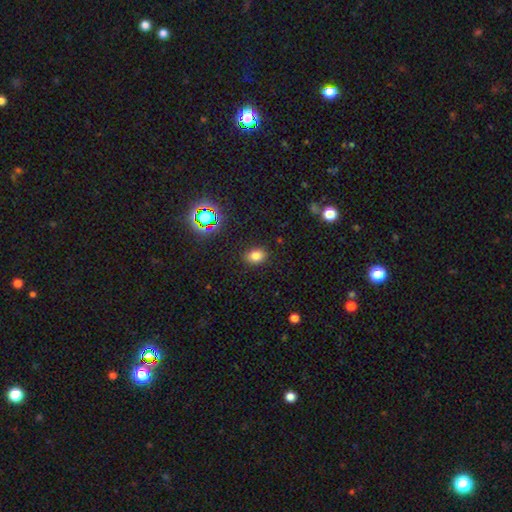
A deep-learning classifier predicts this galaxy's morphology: smooth-or-featured: smooth: 77% | star or artifact: 16% | featured or disk: 7%
  how-rounded: in between: 70% | round: 29% | cigar-shaped: 1%
  merging: none: 87% | minor disturbance: 9% | major disturbance: 3% | merger: 1%